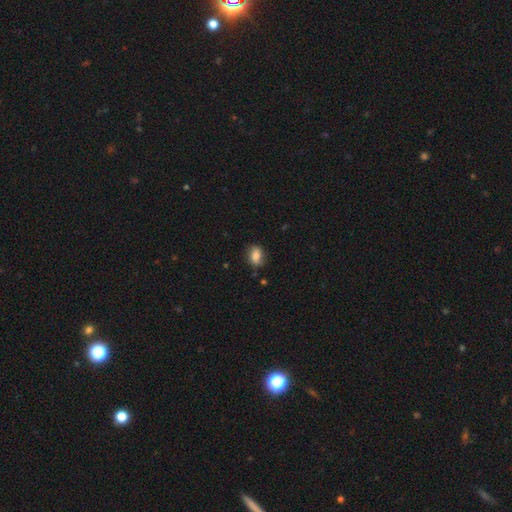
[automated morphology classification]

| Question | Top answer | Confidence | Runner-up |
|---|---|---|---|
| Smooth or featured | smooth | 78% | featured or disk (14%) |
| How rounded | in between | 72% | round (26%) |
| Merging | none | 77% | minor disturbance (17%) |